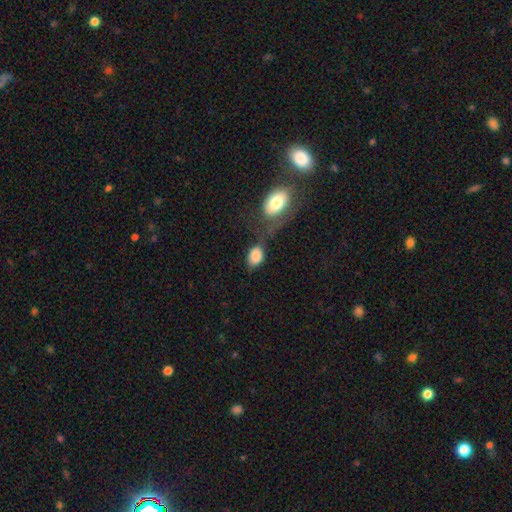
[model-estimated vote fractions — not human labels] Morphology: type=smooth (84%); roundness=in between (78%); merging=none (41%).